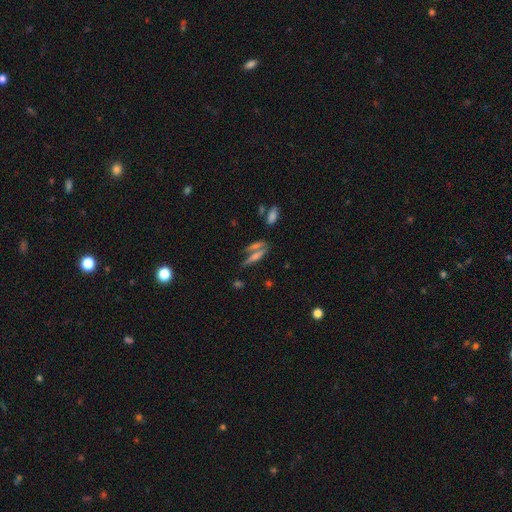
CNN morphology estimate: Smooth or featured? Predicted: smooth (p=0.55). How rounded? Predicted: cigar-shaped (p=0.67). Merging? Predicted: none (p=0.46).